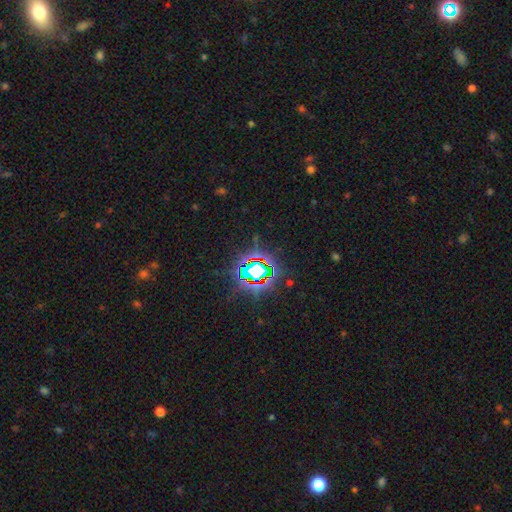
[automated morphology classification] star or artifact 81%, smooth 11%, featured or disk 8%.